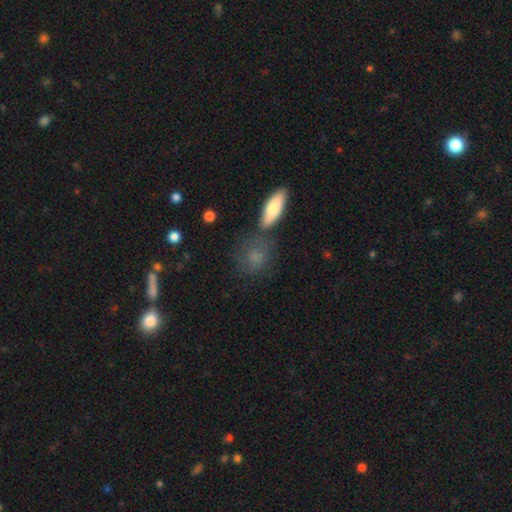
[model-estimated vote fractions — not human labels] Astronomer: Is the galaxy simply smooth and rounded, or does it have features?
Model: smooth — 70%.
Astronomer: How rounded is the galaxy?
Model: round — 57% (runner-up: in between, 36%).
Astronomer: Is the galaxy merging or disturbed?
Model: none — 62%.